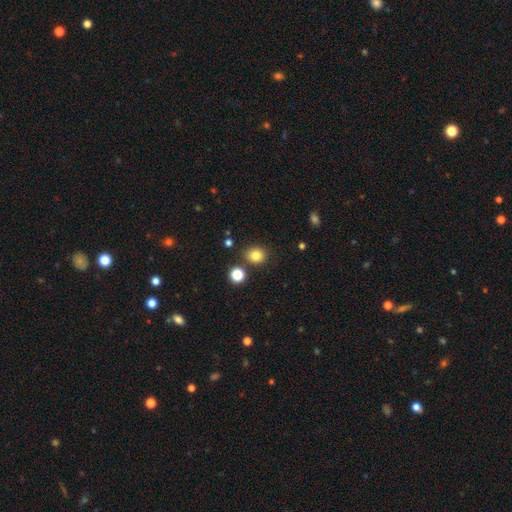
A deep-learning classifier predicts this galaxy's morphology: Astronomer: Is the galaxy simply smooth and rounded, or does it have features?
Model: smooth — 82%.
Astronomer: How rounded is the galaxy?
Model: round — 80%.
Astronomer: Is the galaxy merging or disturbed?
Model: none — 83%.